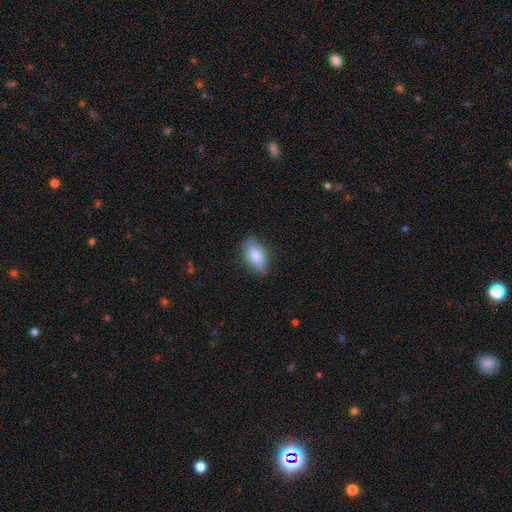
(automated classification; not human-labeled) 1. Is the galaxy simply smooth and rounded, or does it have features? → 81% smooth, 12% featured or disk, 7% star or artifact.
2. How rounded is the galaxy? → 90% in between, 6% cigar-shaped, 5% round.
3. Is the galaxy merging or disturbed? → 81% none, 15% minor disturbance, 3% major disturbance, 1% merger.